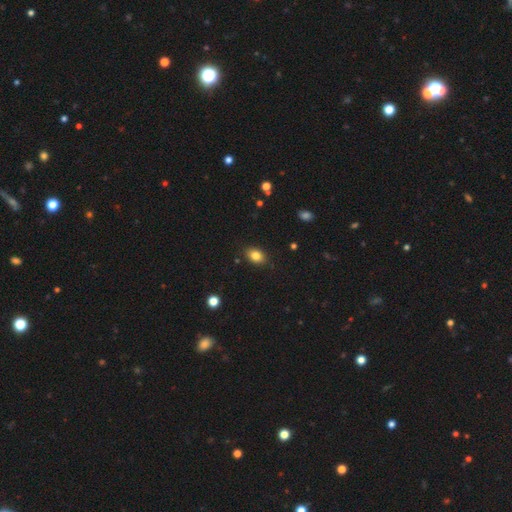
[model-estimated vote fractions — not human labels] Smooth or featured? smooth (83%)
How rounded? in between (74%)
Merging? none (86%)